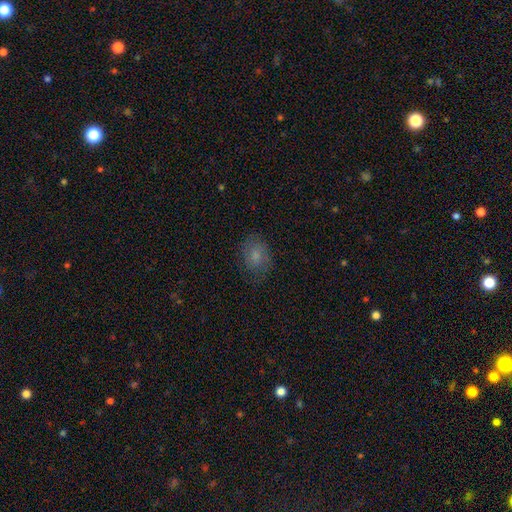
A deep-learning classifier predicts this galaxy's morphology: smooth-or-featured: smooth: 72% | featured or disk: 18% | star or artifact: 11%
  how-rounded: in between: 61% | round: 38% | cigar-shaped: 1%
  merging: none: 72% | minor disturbance: 19% | major disturbance: 8% | merger: 1%